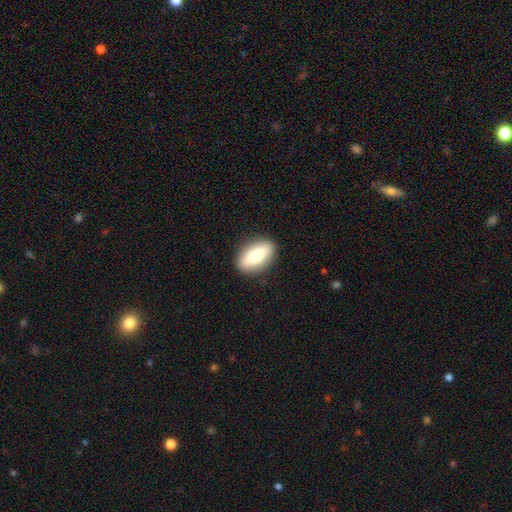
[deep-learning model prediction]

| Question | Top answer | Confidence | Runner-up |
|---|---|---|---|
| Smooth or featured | smooth | 75% | featured or disk (19%) |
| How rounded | in between | 86% | cigar-shaped (8%) |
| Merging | none | 89% | minor disturbance (8%) |